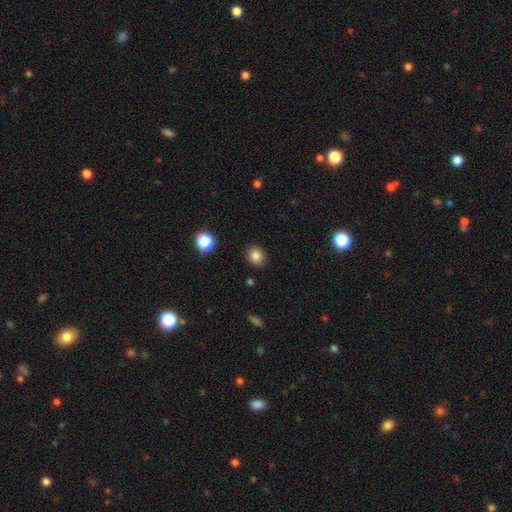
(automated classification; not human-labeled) Smooth or featured? Predicted: smooth (p=0.84). How rounded? Predicted: round (p=0.66). Merging? Predicted: none (p=0.88).